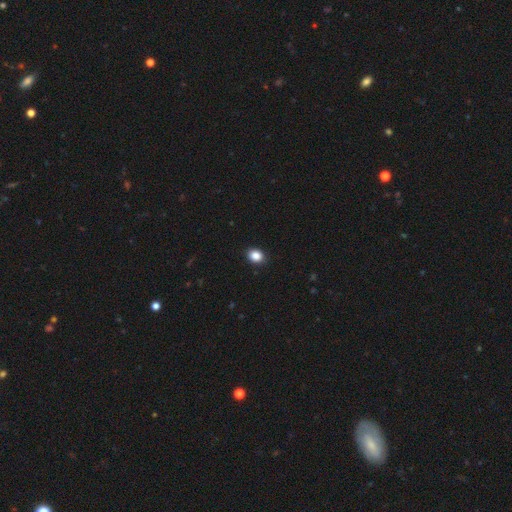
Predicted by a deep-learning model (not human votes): The model was most divided on "how rounded": in between: 50%, round: 49%, cigar-shaped: 1%. More confident: merging — none (91%); smooth or featured — smooth (87%).